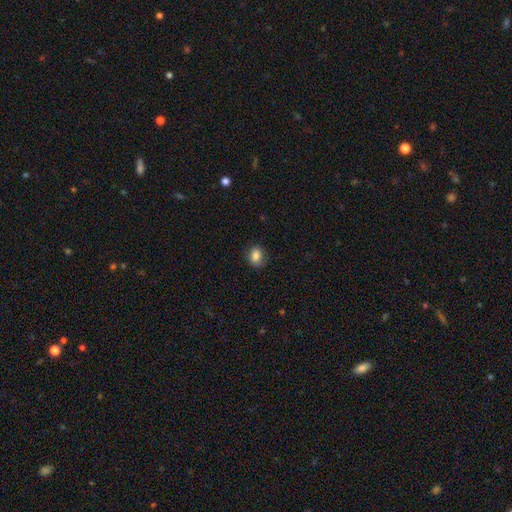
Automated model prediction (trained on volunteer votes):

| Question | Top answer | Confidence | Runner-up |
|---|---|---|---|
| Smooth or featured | smooth | 84% | star or artifact (9%) |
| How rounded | in between | 55% | round (44%) |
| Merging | none | 80% | minor disturbance (16%) |